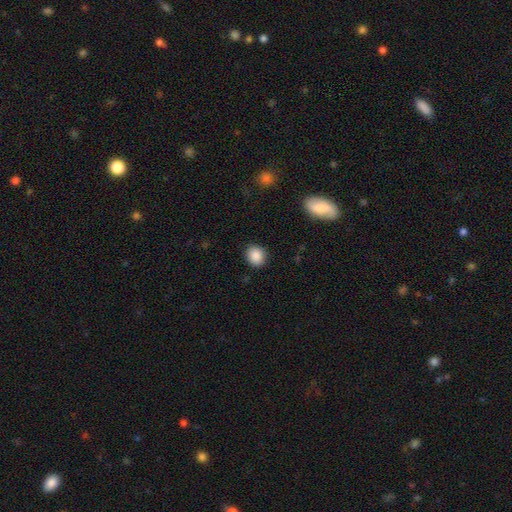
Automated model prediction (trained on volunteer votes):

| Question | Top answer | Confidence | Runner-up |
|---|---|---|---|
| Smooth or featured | smooth | 88% | star or artifact (9%) |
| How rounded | round | 68% | in between (31%) |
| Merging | none | 88% | minor disturbance (8%) |